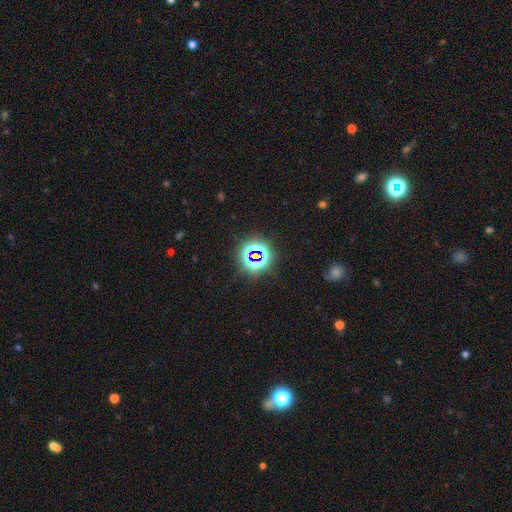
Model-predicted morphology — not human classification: The model was most divided on "smooth or featured": star or artifact: 74%, smooth: 17%, featured or disk: 9%.